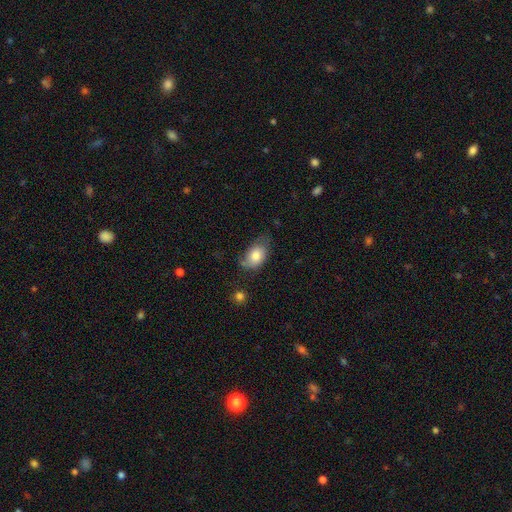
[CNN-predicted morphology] Q: Smooth or featured?
A: smooth (75%); runner-up: featured or disk (17%)
Q: How rounded?
A: in between (85%); runner-up: round (13%)
Q: Merging?
A: none (48%); runner-up: minor disturbance (35%)